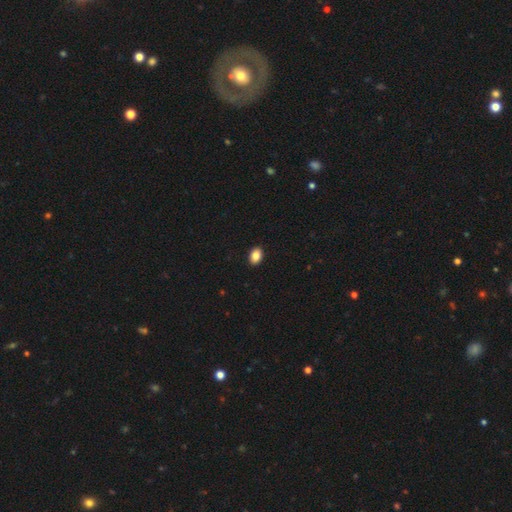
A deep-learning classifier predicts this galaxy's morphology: Overall: smooth (86%). How rounded: in between (80%). Merging: none (91%).